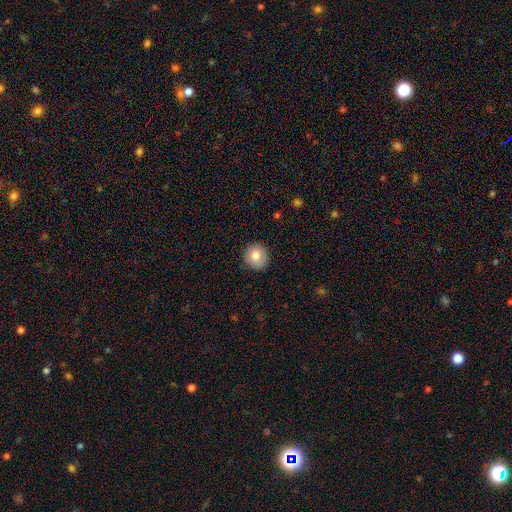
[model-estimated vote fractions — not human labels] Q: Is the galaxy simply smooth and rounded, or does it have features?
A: smooth — 80%.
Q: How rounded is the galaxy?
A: round — 90%.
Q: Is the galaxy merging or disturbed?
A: none — 90%.